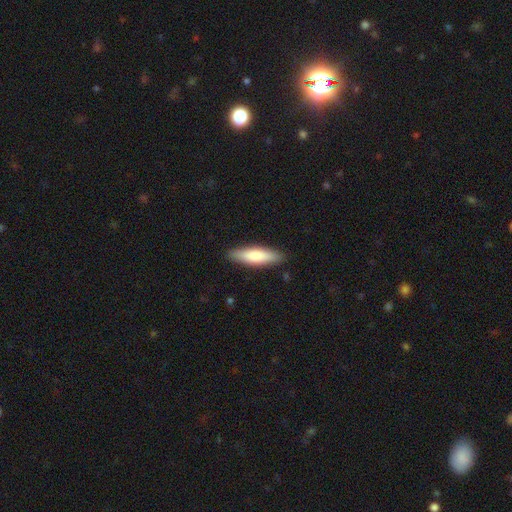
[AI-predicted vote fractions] smooth_or_featured: smooth (p=0.76) [alt: featured or disk p=0.19]
how_rounded: cigar-shaped (p=0.65) [alt: in between p=0.33]
merging: none (p=0.88) [alt: minor disturbance p=0.09]